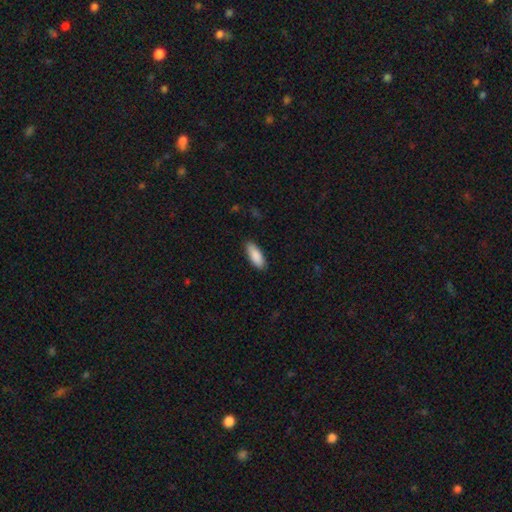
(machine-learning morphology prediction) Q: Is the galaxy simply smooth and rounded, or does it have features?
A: smooth — 89%.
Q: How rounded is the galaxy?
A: in between — 75%.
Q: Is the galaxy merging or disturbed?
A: none — 85%.